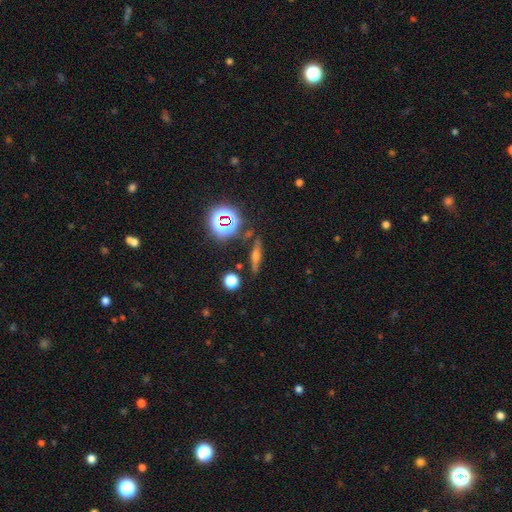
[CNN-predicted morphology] smooth-or-featured: featured or disk: 45% | smooth: 34% | star or artifact: 21%
  merging: none: 83% | minor disturbance: 11% | merger: 3% | major disturbance: 3%